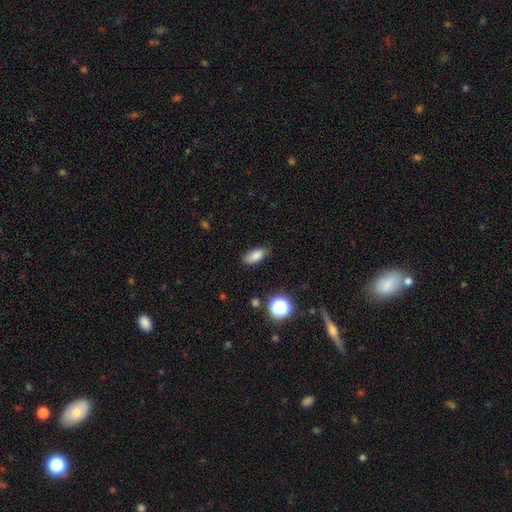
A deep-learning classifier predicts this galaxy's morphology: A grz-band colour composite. It shows a smooth galaxy with no disk features (83%) that is in between round and cigar-shaped (85%). Merging: none (79%).